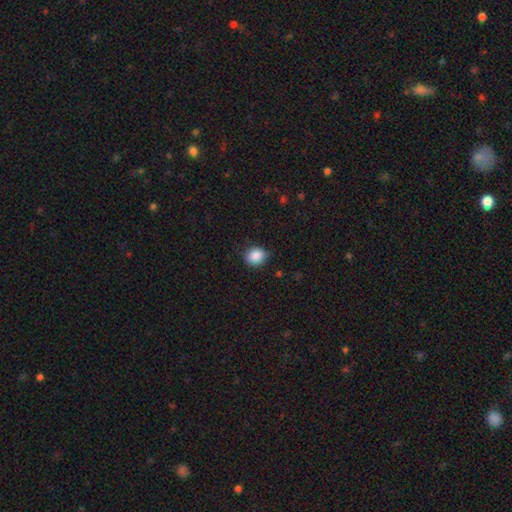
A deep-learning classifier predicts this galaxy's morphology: smooth_or_featured: smooth (p=0.88) [alt: star or artifact p=0.09]
how_rounded: round (p=0.70) [alt: in between p=0.29]
merging: none (p=0.81) [alt: minor disturbance p=0.15]